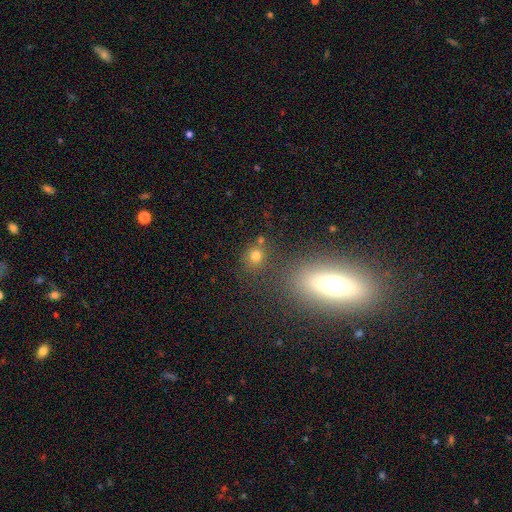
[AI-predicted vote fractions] The model was most divided on "smooth or featured": smooth: 73%, star or artifact: 20%, featured or disk: 7%. More confident: how rounded — round (86%); merging — none (75%).